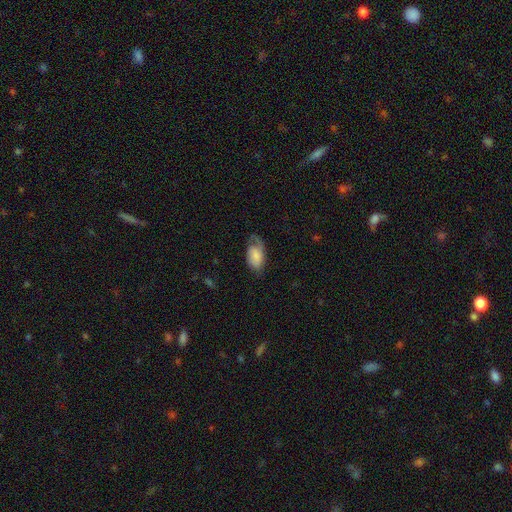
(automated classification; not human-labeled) Smooth or featured? smooth (62%)
How rounded? in between (93%)
Merging? none (42%)